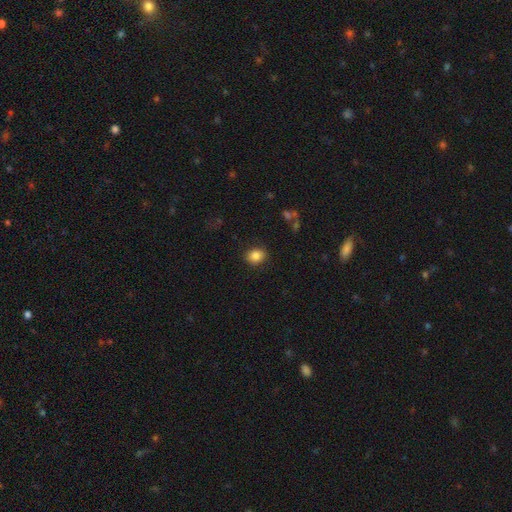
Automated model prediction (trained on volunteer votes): Smooth or featured: smooth — 85% (star or artifact — 9%)
How rounded: round — 60% (in between — 39%)
Merging: none — 86% (minor disturbance — 10%)